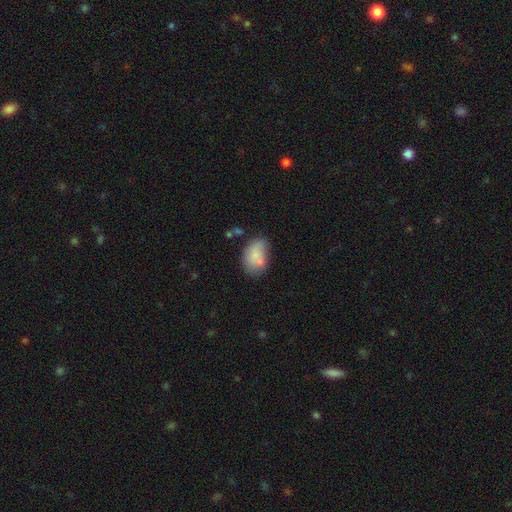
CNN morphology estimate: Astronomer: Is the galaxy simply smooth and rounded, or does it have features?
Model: smooth — 79%.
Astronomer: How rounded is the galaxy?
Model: in between — 83%.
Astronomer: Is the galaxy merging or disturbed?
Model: none — 46% (runner-up: minor disturbance, 27%).